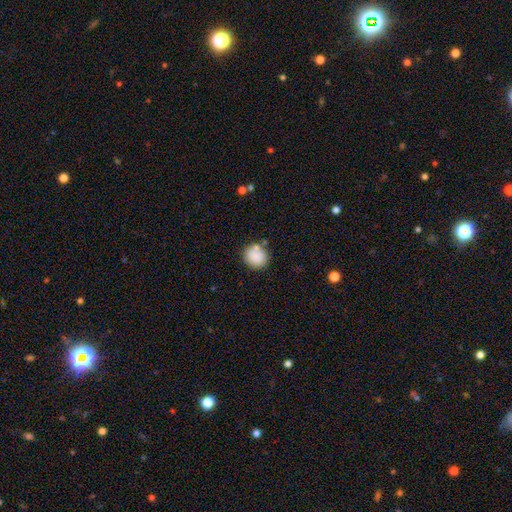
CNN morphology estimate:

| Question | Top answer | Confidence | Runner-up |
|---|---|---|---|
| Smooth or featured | smooth | 85% | star or artifact (8%) |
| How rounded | round | 84% | in between (15%) |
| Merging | none | 71% | minor disturbance (15%) |